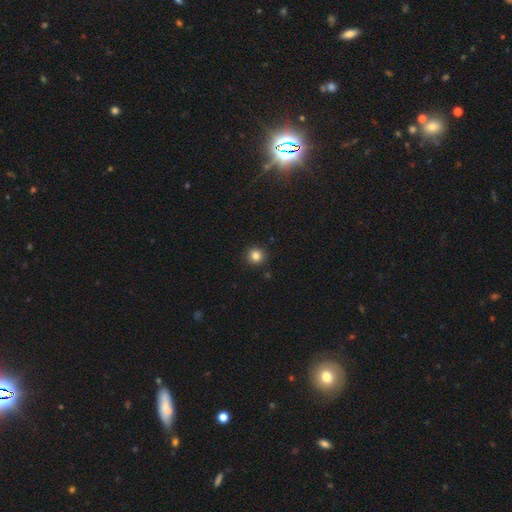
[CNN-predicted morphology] Smooth or featured?
  - smooth: 83% *
  - star or artifact: 12%
  - featured or disk: 4%
How rounded?
  - round: 94% *
  - in between: 6%
  - cigar-shaped: 1%
Merging?
  - none: 92% *
  - minor disturbance: 5%
  - major disturbance: 2%
  - merger: 1%